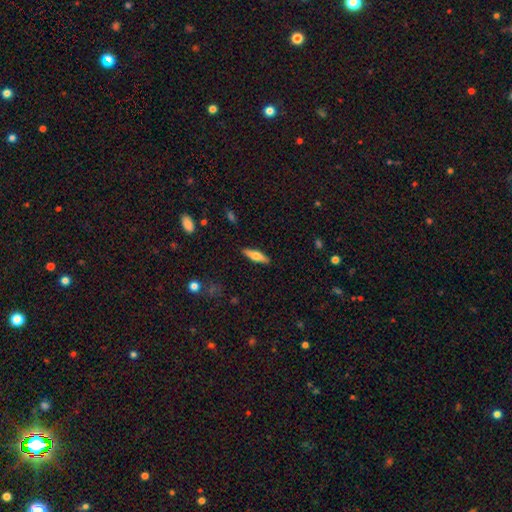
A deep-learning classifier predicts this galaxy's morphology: Smooth or featured: smooth — 55% (featured or disk — 39%)
How rounded: cigar-shaped — 64% (in between — 34%)
Merging: none — 89% (minor disturbance — 8%)